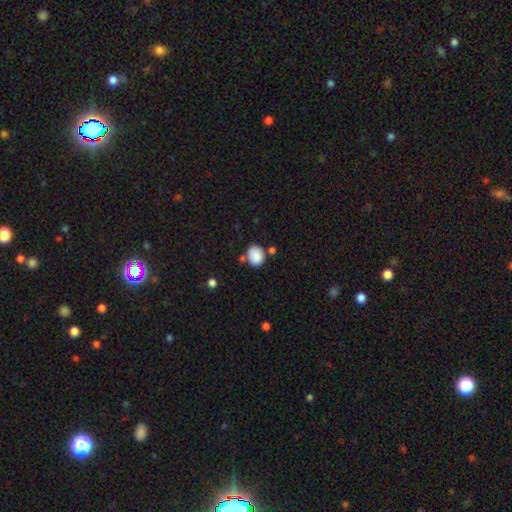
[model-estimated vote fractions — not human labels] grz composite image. It shows a smooth galaxy with no disk features (87%) that is round (52%). Merging: none (67%).